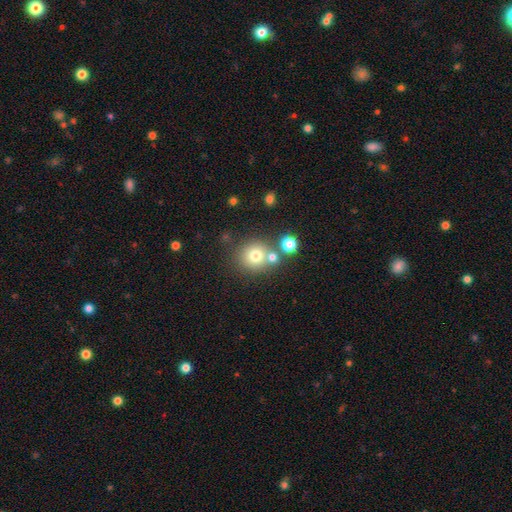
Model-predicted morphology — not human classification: This is likely a smooth galaxy (74%). How rounded: clearly round (90%). Merging: likely none (65%).